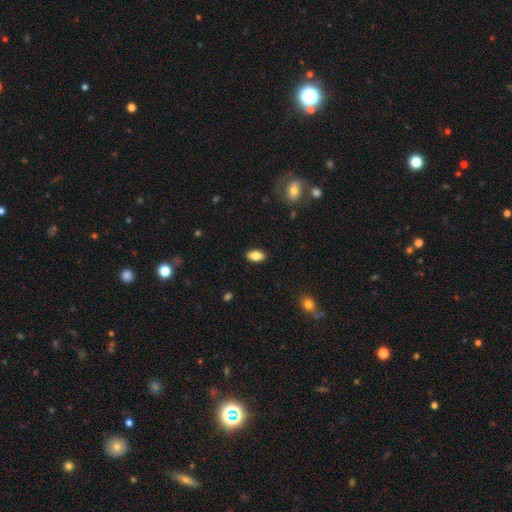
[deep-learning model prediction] Overall: smooth (78%). How rounded: in between (89%). Merging: none (88%).